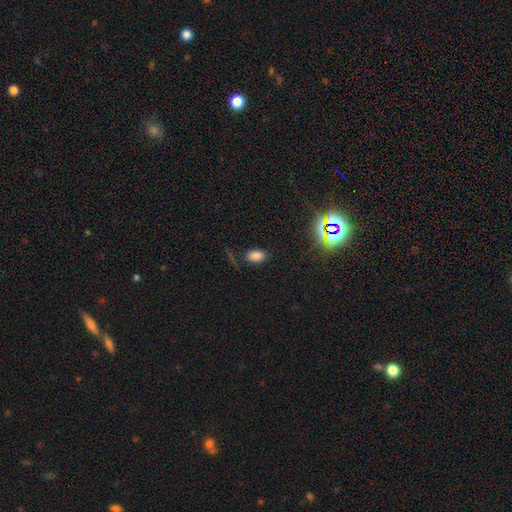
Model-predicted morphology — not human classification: A smooth galaxy with no disk features (77%) that is in between round and cigar-shaped (89%).

Vote fractions:
- Smooth or featured? smooth: 77% / star or artifact: 17% / featured or disk: 6%
- How rounded? in between: 89% / round: 9% / cigar-shaped: 2%
- Merging? none: 78% / minor disturbance: 14% / major disturbance: 5% / merger: 3%